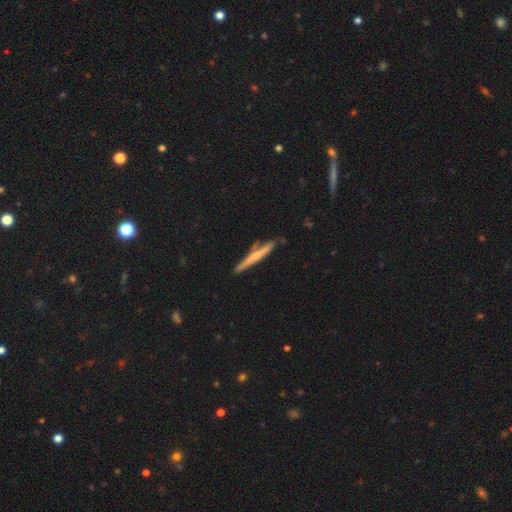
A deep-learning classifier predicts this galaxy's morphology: smooth-or-featured: featured or disk: 50% | smooth: 45% | star or artifact: 6%
  merging: none: 78% | minor disturbance: 14% | merger: 6% | major disturbance: 3%